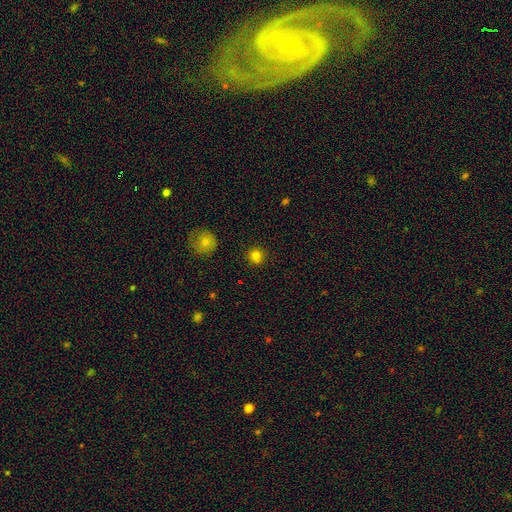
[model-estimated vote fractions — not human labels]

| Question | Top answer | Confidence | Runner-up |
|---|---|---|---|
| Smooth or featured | smooth | 80% | star or artifact (14%) |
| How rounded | round | 94% | in between (5%) |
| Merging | none | 90% | minor disturbance (6%) |